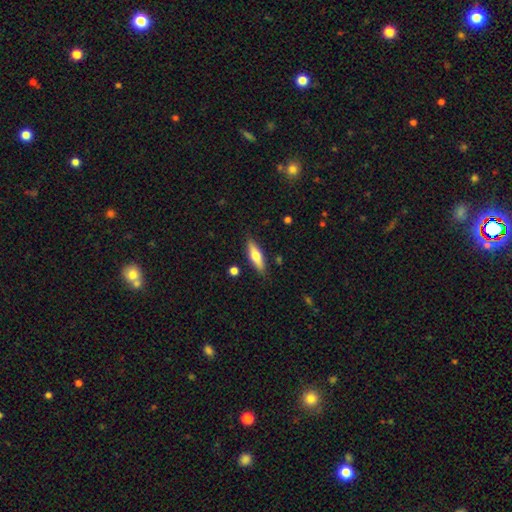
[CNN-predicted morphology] The model was most divided on "smooth or featured": smooth: 55%, featured or disk: 39%, star or artifact: 6%. More confident: merging — none (86%); how rounded — cigar-shaped (60%).